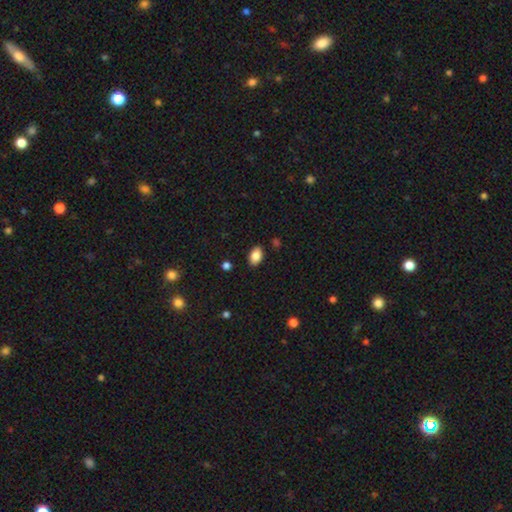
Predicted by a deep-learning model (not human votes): Smooth or featured? Predicted: smooth (p=0.84). How rounded? Predicted: in between (p=0.89). Merging? Predicted: none (p=0.87).